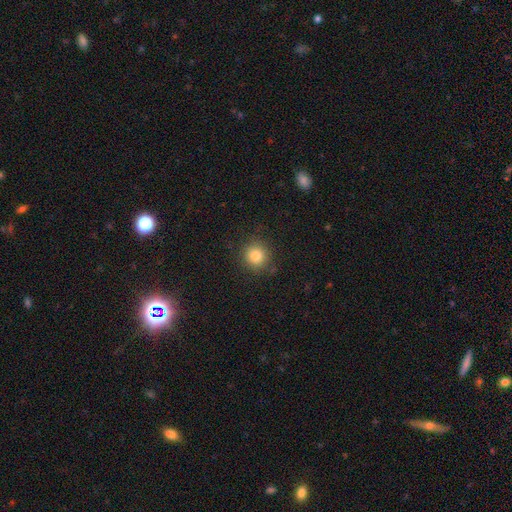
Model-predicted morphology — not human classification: A smooth galaxy with no disk features (82%) that is round (91%). Merging: none (87%).